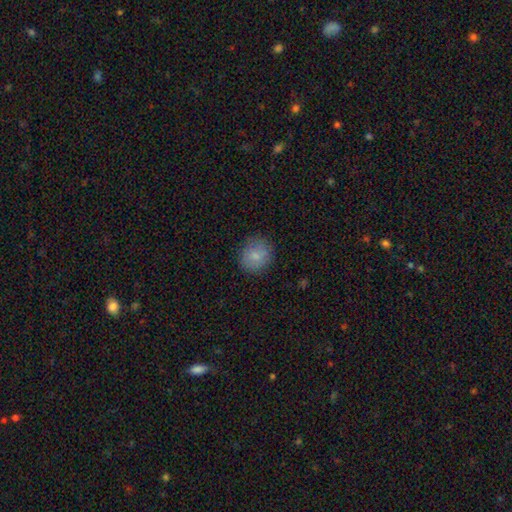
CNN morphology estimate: Smooth or featured? smooth (82%)
How rounded? round (83%)
Merging? none (85%)